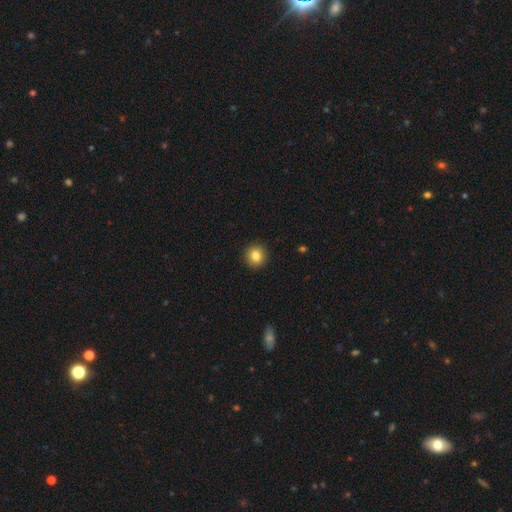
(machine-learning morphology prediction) Smooth or featured? smooth (84%)
How rounded? round (92%)
Merging? none (93%)